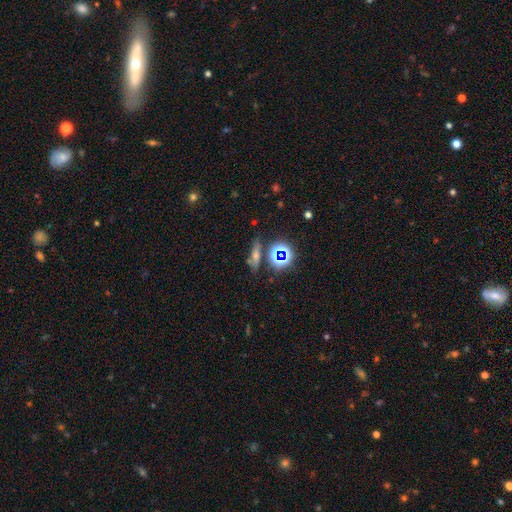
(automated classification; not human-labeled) This is marginally a star or artifact rather than a galaxy (45%).